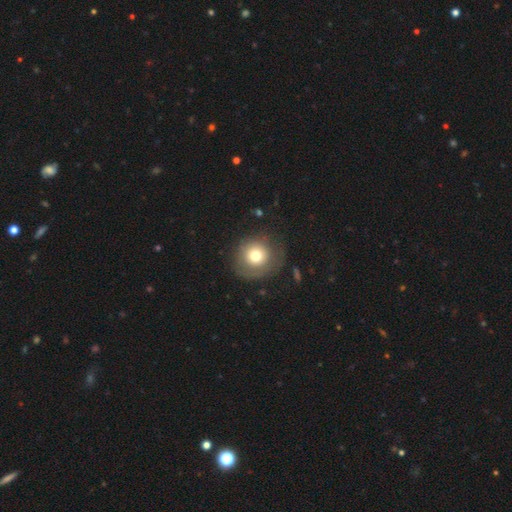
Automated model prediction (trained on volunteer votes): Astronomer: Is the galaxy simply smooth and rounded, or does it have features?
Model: smooth — 68%.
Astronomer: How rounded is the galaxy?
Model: round — 91%.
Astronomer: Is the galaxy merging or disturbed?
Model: none — 70%.